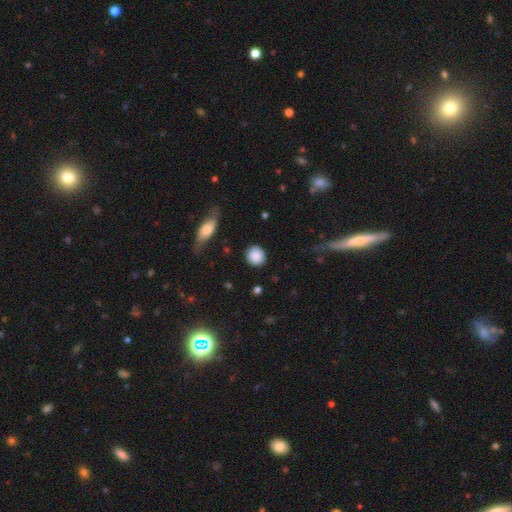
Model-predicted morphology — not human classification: smooth 88%, star or artifact 8%, featured or disk 5%. Down the decision tree: how rounded — round (87%); merging — none (89%).